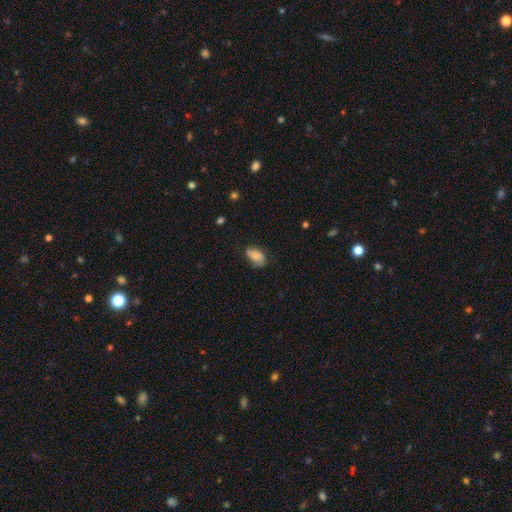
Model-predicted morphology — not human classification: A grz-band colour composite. It shows a smooth galaxy with no disk features (76%) that is in between round and cigar-shaped (89%). Merging: none (63%).